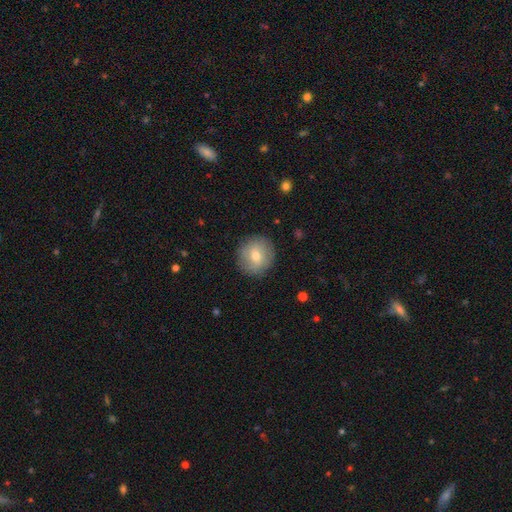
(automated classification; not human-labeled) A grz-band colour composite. It shows a smooth galaxy with no disk features (69%) that is round (91%). Merging: none (87%).